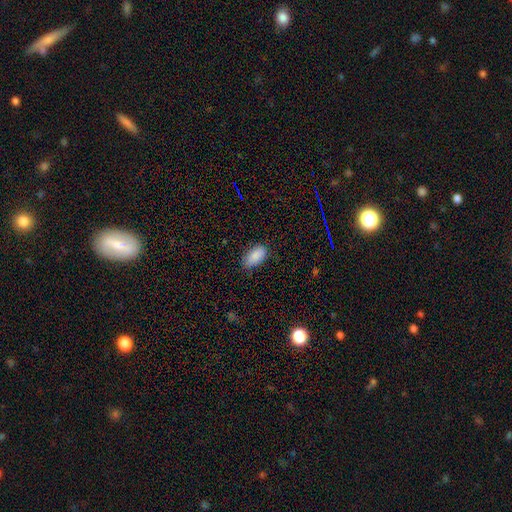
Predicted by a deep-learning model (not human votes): This is clearly a smooth galaxy (88%). How rounded: clearly in between (93%). Merging: likely none (79%).